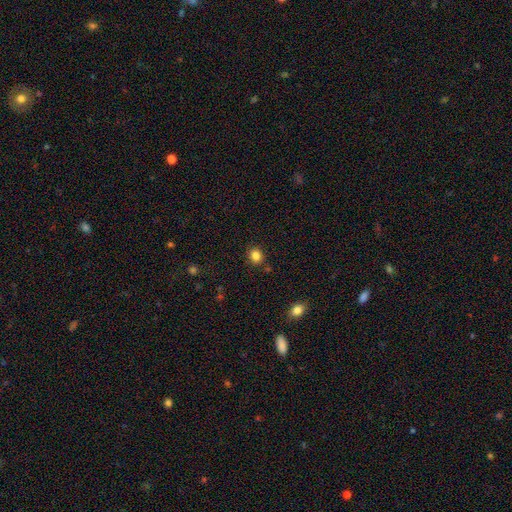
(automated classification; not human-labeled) This appears to be a smooth galaxy with no disk features (83%) that is round (71%). Merging: none (85%).